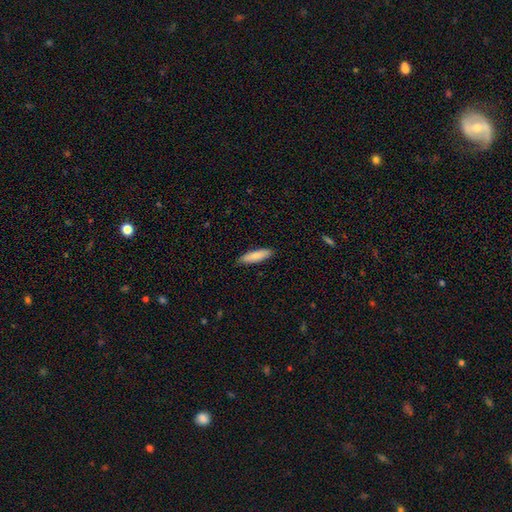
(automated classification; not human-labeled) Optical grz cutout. It shows a smooth galaxy with no disk features (83%) that is cigar-shaped (63%). Merging: none (86%).